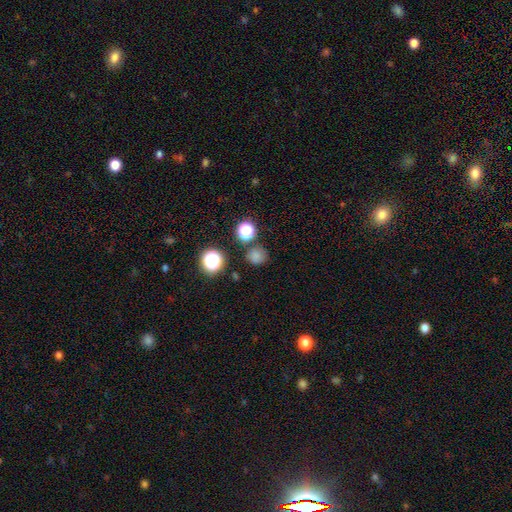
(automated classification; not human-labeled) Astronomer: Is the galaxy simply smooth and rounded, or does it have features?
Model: smooth — 72%.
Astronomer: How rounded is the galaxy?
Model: round — 84%.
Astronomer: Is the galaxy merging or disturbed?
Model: none — 76%.